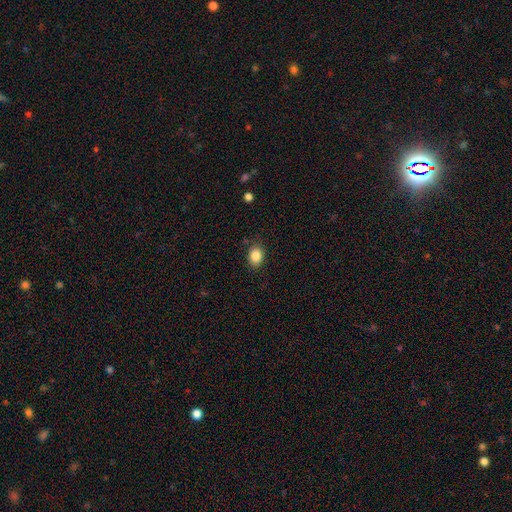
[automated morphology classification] Smooth or featured? Predicted: smooth (p=0.86). How rounded? Predicted: in between (p=0.58). Merging? Predicted: none (p=0.85).